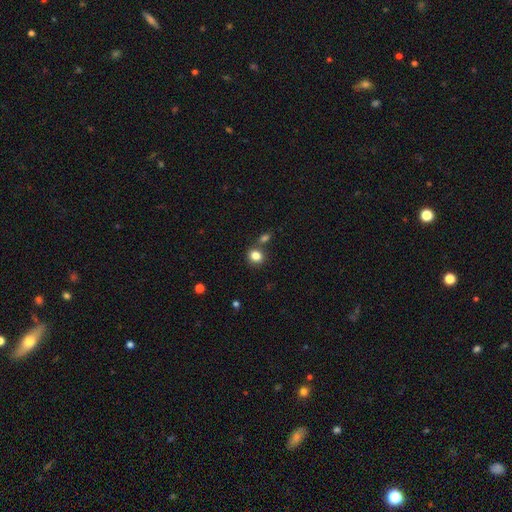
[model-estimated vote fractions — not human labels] Smooth or featured?
  - smooth: 84% *
  - star or artifact: 11%
  - featured or disk: 5%
How rounded?
  - round: 73% *
  - in between: 26%
  - cigar-shaped: 1%
Merging?
  - none: 71% *
  - merger: 16%
  - minor disturbance: 10%
  - major disturbance: 3%